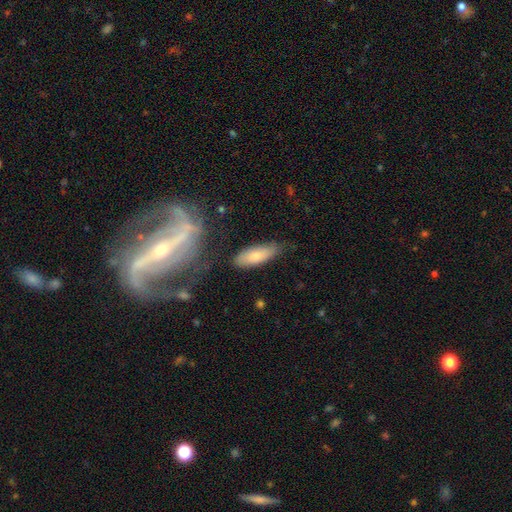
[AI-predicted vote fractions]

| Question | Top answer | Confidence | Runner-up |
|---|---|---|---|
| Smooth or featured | smooth | 76% | featured or disk (17%) |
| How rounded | in between | 66% | cigar-shaped (32%) |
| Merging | none | 74% | minor disturbance (18%) |